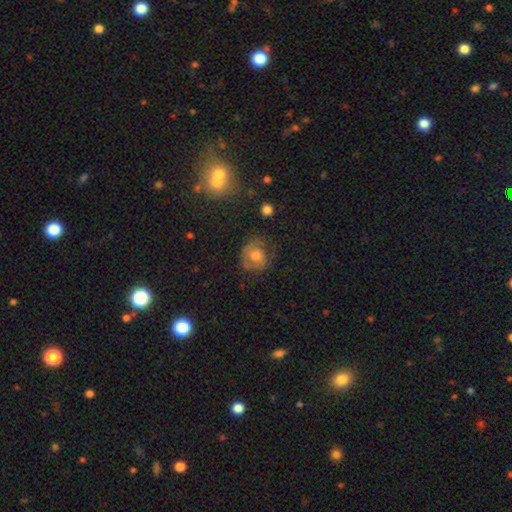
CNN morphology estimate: A smooth galaxy with no disk features (50%) that is round (69%). Merging: none (58%).